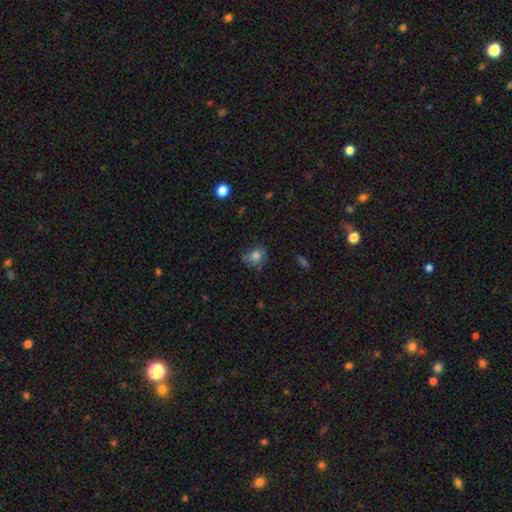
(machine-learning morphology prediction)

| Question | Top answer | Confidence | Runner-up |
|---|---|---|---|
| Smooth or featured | smooth | 74% | featured or disk (15%) |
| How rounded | round | 69% | in between (30%) |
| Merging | none | 61% | minor disturbance (26%) |